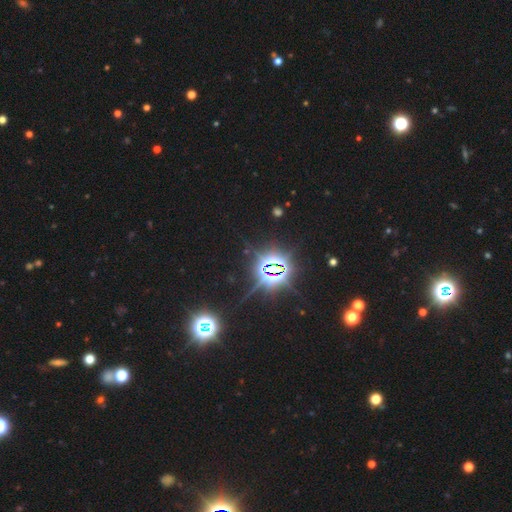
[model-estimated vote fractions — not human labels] A star or artifact, not a galaxy (84%).

Vote fractions:
- Smooth or featured? star or artifact: 84% / smooth: 9% / featured or disk: 6%